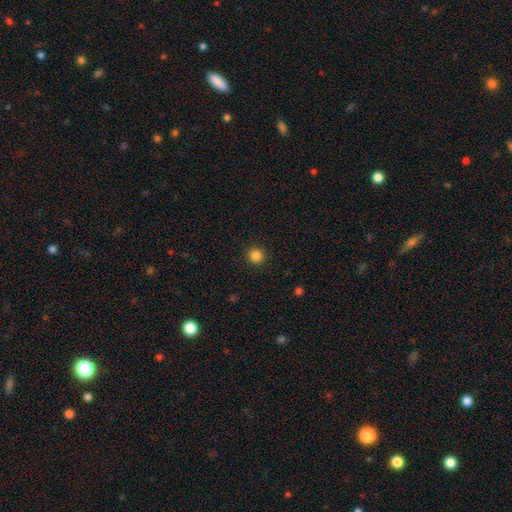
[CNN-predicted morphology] Overall: smooth (85%). How rounded: round (93%). Merging: none (92%).